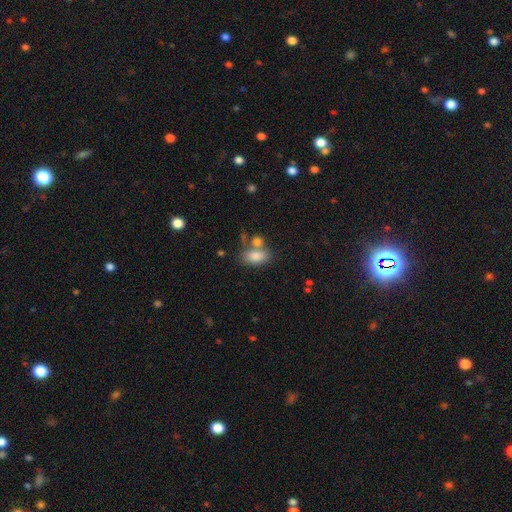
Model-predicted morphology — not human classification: A smooth galaxy with no disk features (83%) that is in between round and cigar-shaped (90%).

Vote fractions:
- Smooth or featured? smooth: 83% / featured or disk: 9% / star or artifact: 8%
- How rounded? in between: 90% / round: 7% / cigar-shaped: 3%
- Merging? none: 50% / merger: 30% / minor disturbance: 14% / major disturbance: 6%